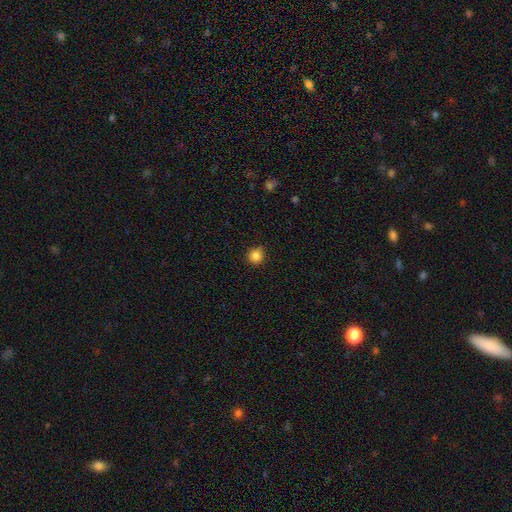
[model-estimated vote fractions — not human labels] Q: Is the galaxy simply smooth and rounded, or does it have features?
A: smooth — 85%.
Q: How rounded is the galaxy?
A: round — 92%.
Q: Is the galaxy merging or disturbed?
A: none — 88%.